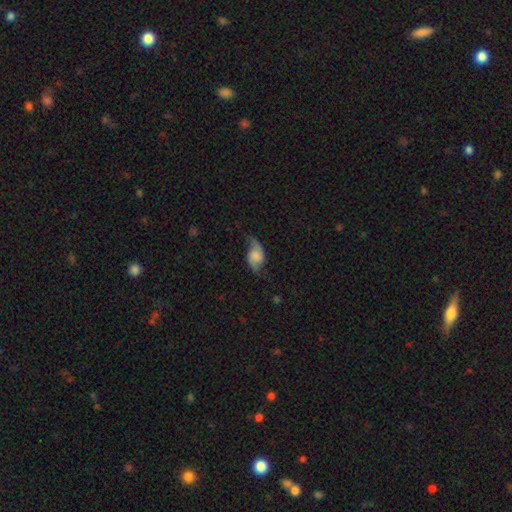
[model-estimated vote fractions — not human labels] This is possibly a featured or disk galaxy (57%). It is clearly not viewed edge-on (96%). Bar: possibly no (59%). Spiral arm pattern: clearly yes (91%). Central bulge: marginally none (39%). Merging: possibly none (53%).